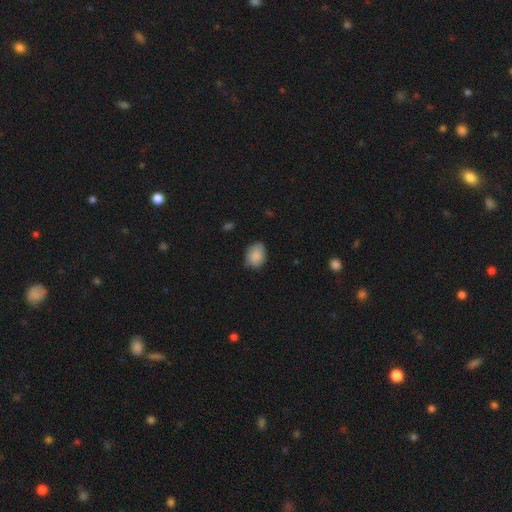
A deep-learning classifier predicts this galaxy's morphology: Smooth or featured?
  - smooth: 85% *
  - featured or disk: 8%
  - star or artifact: 7%
How rounded?
  - in between: 58% *
  - round: 41%
  - cigar-shaped: 1%
Merging?
  - none: 70% *
  - minor disturbance: 25%
  - major disturbance: 4%
  - merger: 1%